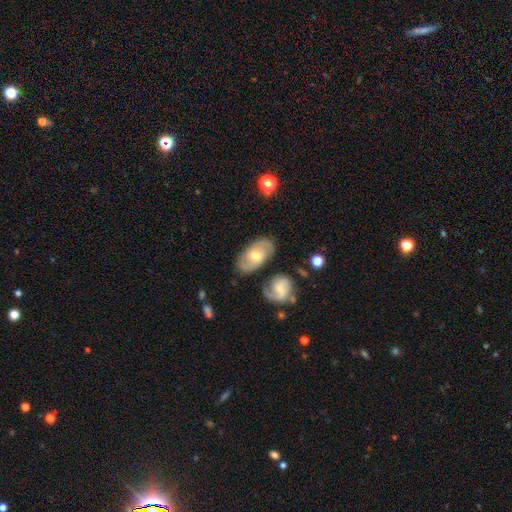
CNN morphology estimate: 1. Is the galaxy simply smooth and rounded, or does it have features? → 59% featured or disk, 35% smooth, 6% star or artifact.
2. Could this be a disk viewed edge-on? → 92% no, 8% yes.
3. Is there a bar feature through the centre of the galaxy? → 57% no, 35% weak, 8% strong.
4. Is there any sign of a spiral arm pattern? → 78% yes, 22% no.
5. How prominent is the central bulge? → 66% moderate, 27% small, 5% large, 1% none, 1% dominant.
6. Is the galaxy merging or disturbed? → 72% none, 14% minor disturbance, 9% merger, 5% major disturbance.